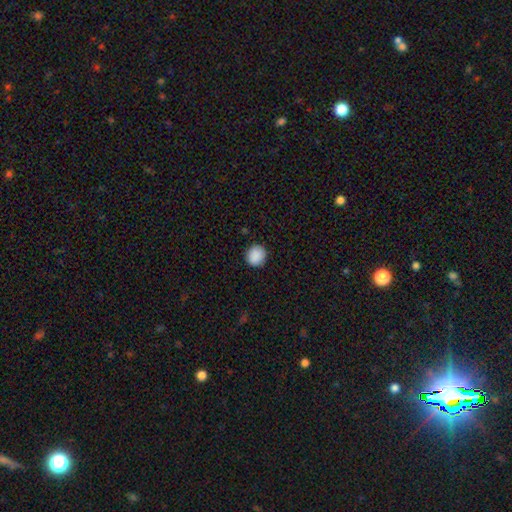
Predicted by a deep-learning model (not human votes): Smooth or featured: smooth — 90% (star or artifact — 8%)
How rounded: round — 89% (in between — 10%)
Merging: none — 89% (minor disturbance — 8%)